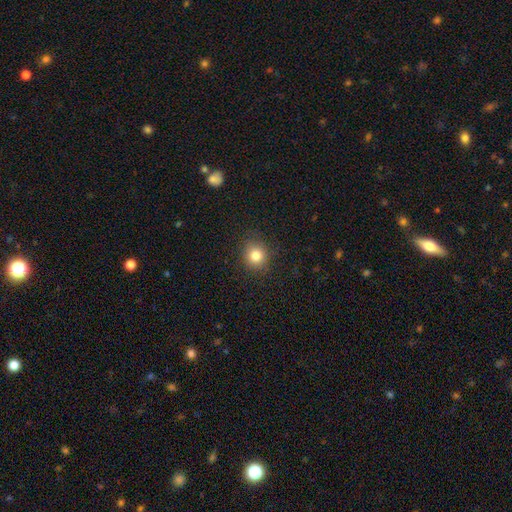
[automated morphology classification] Overall: smooth (82%). How rounded: round (84%). Merging: none (88%).